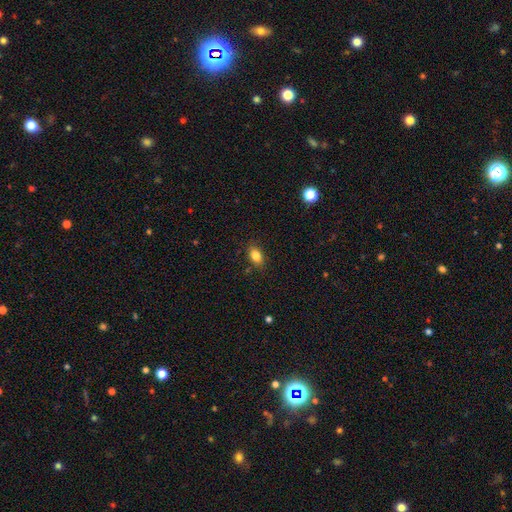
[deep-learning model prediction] This appears to be a smooth galaxy with no disk features (84%) that is in between round and cigar-shaped (83%). Merging: none (85%).